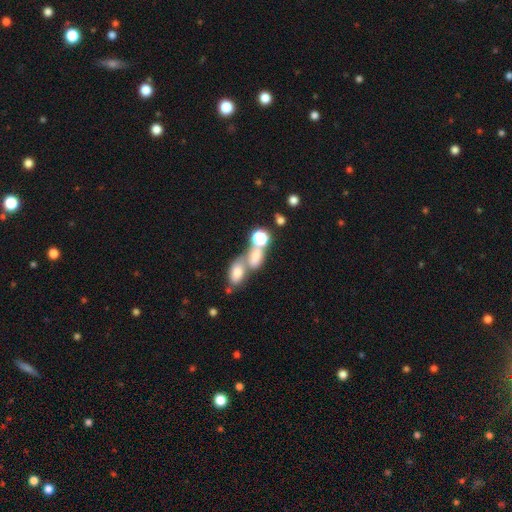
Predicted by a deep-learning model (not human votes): smooth_or_featured: smooth (p=0.65) [alt: star or artifact p=0.18]
how_rounded: in between (p=0.73) [alt: round p=0.22]
merging: merger (p=0.61) [alt: none p=0.24]